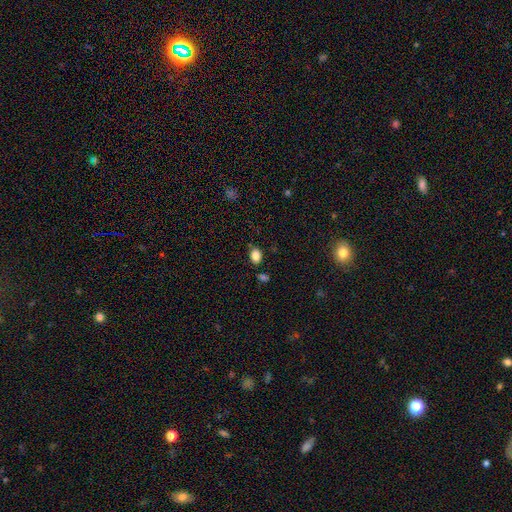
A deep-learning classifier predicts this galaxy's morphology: Q: Smooth or featured?
A: smooth (85%); runner-up: star or artifact (10%)
Q: How rounded?
A: in between (74%); runner-up: round (25%)
Q: Merging?
A: none (81%); runner-up: minor disturbance (12%)